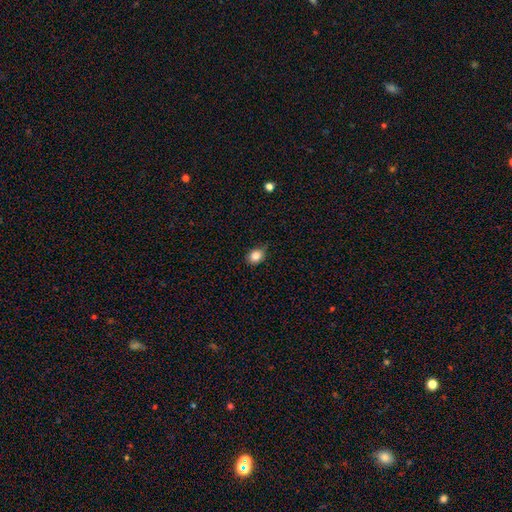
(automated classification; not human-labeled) Overall: smooth (84%). How rounded: round (54%; in between 45%). Merging: none (74%).